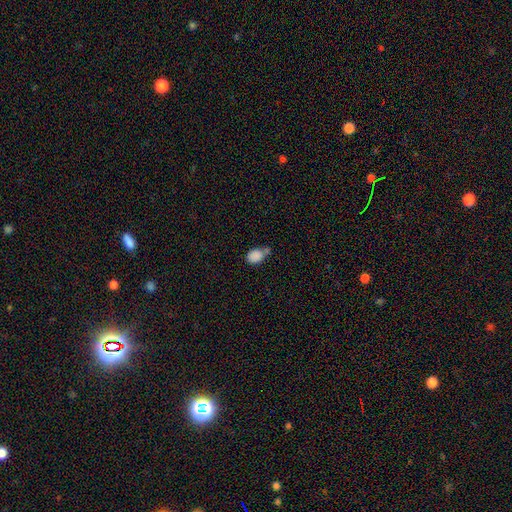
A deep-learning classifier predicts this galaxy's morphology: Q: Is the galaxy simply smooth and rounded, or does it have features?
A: smooth — 86%.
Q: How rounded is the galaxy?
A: in between — 66%.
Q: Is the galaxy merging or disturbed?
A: none — 40%.